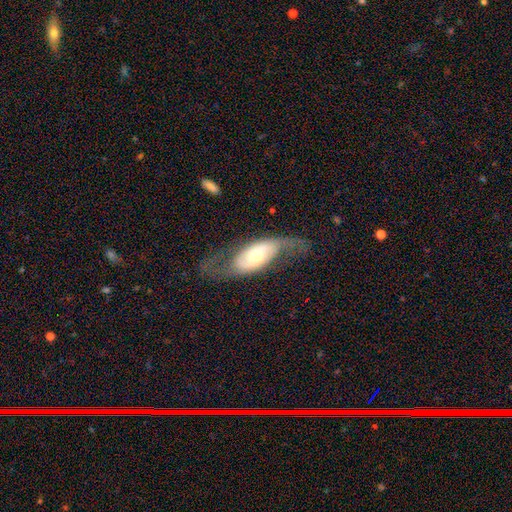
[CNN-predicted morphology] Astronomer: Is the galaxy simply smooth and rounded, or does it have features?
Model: featured or disk — 72%.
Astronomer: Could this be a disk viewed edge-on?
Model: no — 89%.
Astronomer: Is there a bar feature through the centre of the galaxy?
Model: no — 54%.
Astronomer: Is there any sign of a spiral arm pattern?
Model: yes — 85%.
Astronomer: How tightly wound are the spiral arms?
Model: loose — 58%.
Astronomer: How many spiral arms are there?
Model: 2 — 86%.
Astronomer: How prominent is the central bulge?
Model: small — 49% (runner-up: moderate, 40%).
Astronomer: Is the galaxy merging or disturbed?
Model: none — 57%.